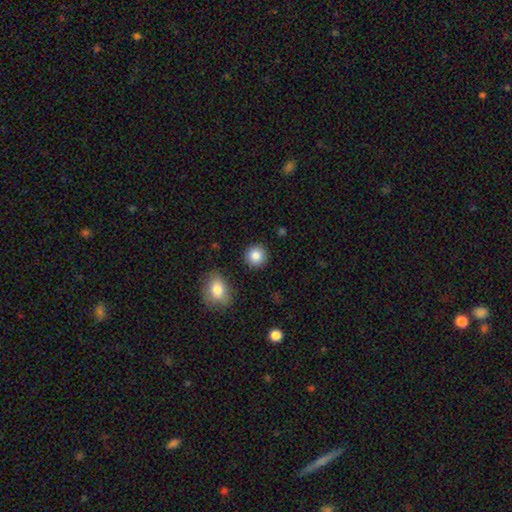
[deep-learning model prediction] Overall: smooth (86%). How rounded: round (93%). Merging: none (90%).